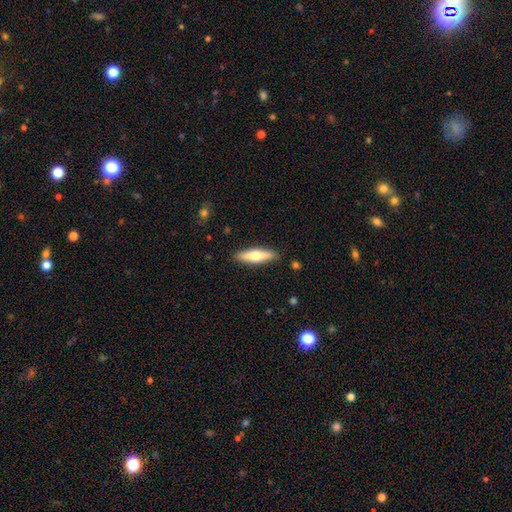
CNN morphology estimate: Smooth or featured: smooth — 56% (featured or disk — 39%)
How rounded: cigar-shaped — 66% (in between — 32%)
Merging: none — 88% (minor disturbance — 8%)